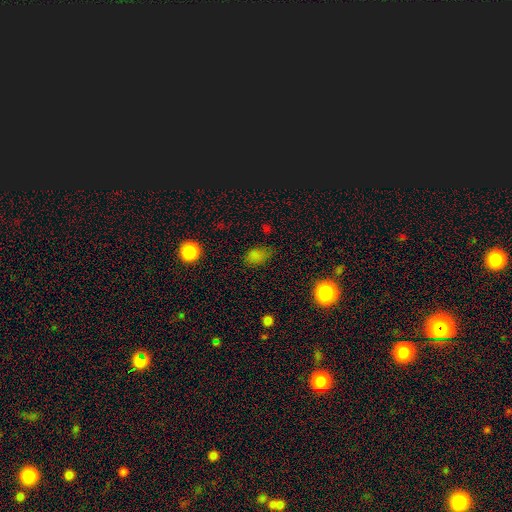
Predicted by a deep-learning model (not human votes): The model was most divided on "merging": none: 65%, minor disturbance: 24%, major disturbance: 8%, merger: 3%. More confident: how rounded — in between (79%); smooth or featured — smooth (74%).